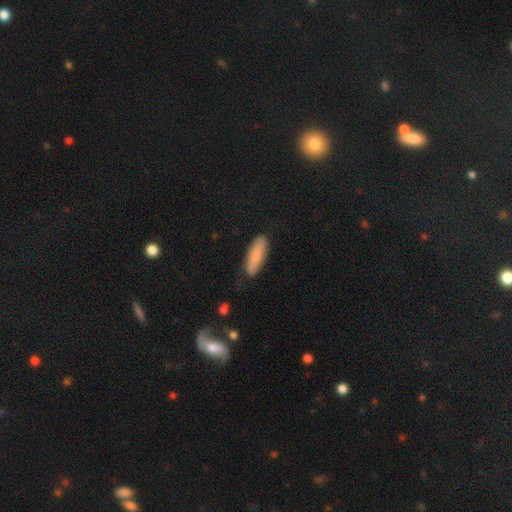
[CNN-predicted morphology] Smooth or featured? smooth (83%)
How rounded? cigar-shaped (53%)
Merging? none (79%)